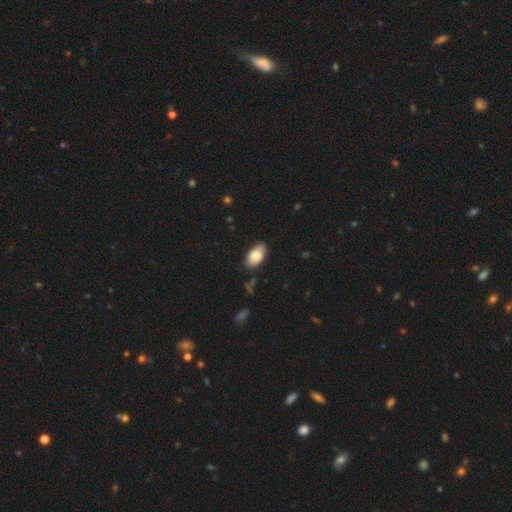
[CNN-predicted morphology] The model was most divided on "smooth or featured": smooth: 82%, featured or disk: 12%, star or artifact: 6%. More confident: how rounded — in between (94%); merging — none (84%).